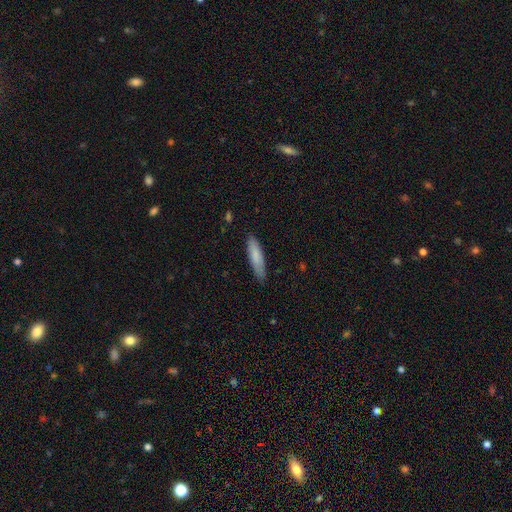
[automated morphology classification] Smooth or featured? Predicted: smooth (p=0.81). How rounded? Predicted: cigar-shaped (p=0.73). Merging? Predicted: none (p=0.84).